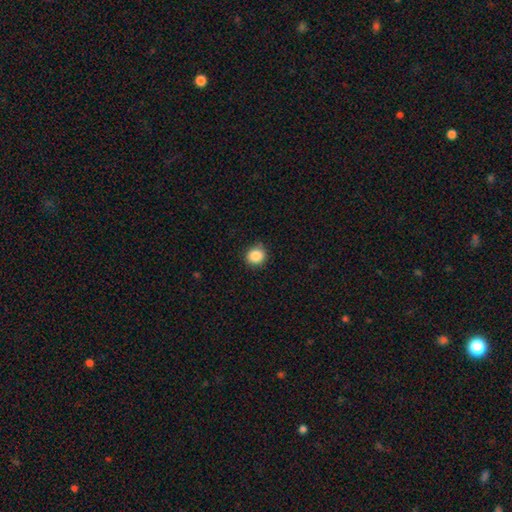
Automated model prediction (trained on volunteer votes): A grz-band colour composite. It shows a smooth galaxy with no disk features (87%) that is round (86%). Merging: none (85%).